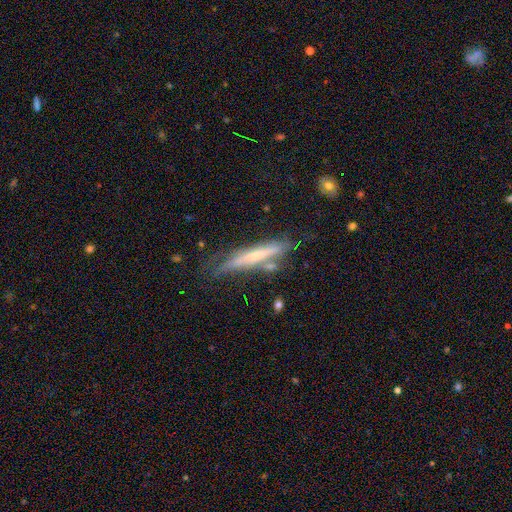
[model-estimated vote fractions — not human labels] The model was most divided on "smooth or featured": featured or disk: 55%, smooth: 38%, star or artifact: 7%. More confident: edge-on disk — yes (89%); merging — none (63%).